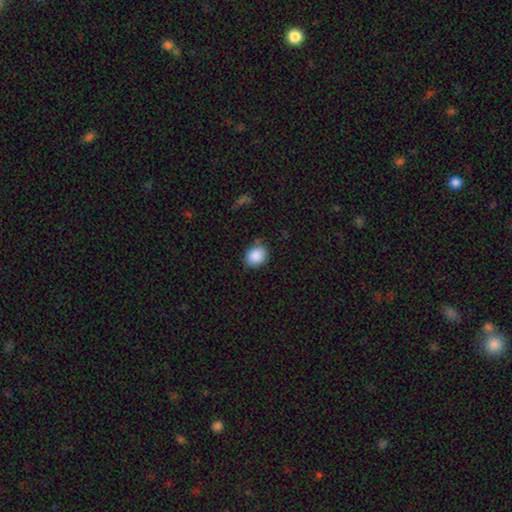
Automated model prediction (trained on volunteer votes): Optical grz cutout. It shows a smooth galaxy with no disk features (89%) that is round (55%). Merging: none (79%).